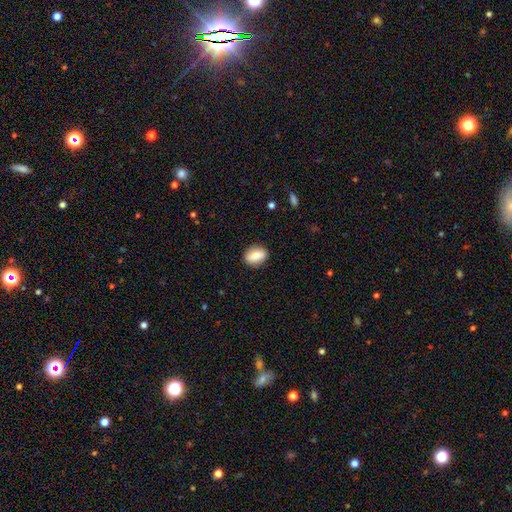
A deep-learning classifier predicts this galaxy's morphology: Smooth or featured: smooth — 85% (featured or disk — 8%)
How rounded: in between — 79% (round — 19%)
Merging: none — 87% (minor disturbance — 10%)